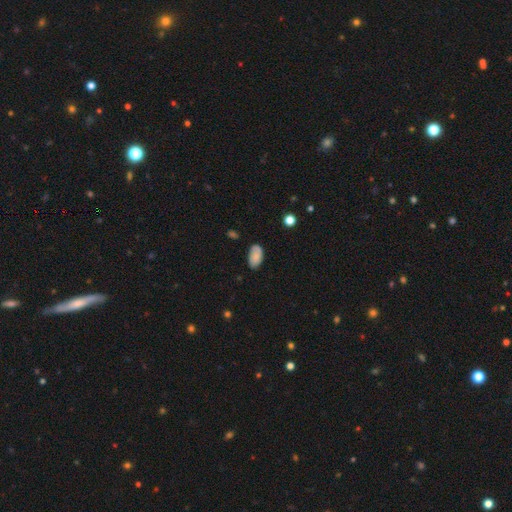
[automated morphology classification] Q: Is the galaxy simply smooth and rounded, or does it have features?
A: smooth — 81%.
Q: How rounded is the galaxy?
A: in between — 94%.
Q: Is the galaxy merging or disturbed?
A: none — 72%.